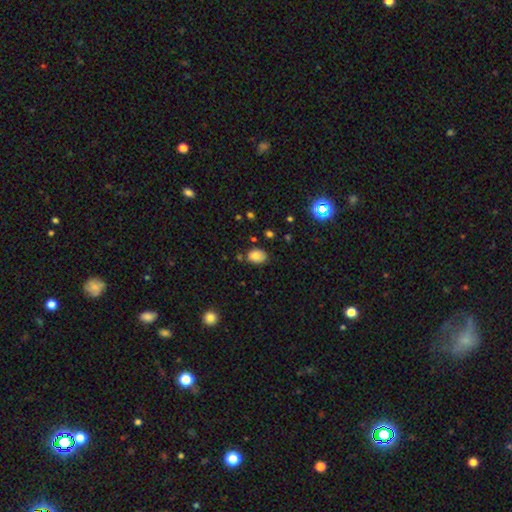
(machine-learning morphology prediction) Smooth or featured: smooth — 81% (star or artifact — 11%)
How rounded: in between — 66% (round — 33%)
Merging: none — 69% (minor disturbance — 22%)